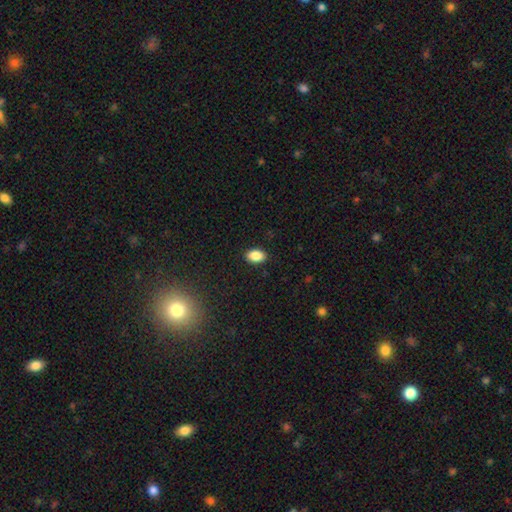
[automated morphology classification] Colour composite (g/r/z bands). It shows a smooth galaxy with no disk features (87%) that is in between round and cigar-shaped (89%). Merging: none (89%).